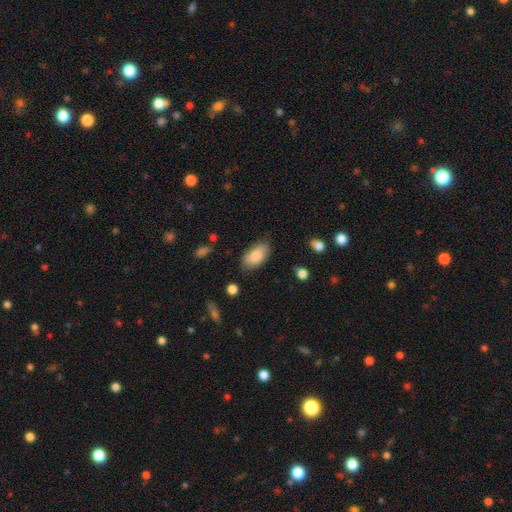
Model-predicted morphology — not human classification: smooth_or_featured: smooth (p=0.81) [alt: featured or disk p=0.12]
how_rounded: in between (p=0.94) [alt: cigar-shaped p=0.03]
merging: none (p=0.77) [alt: minor disturbance p=0.18]